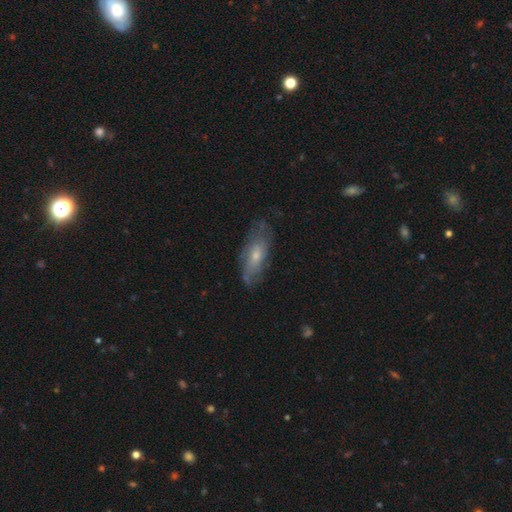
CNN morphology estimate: A featured or disk galaxy (52%).

Vote fractions:
- Smooth or featured? featured or disk: 52% / smooth: 41% / star or artifact: 7%
- Edge-on disk? no: 82% / yes: 18%
- Merging? none: 65% / minor disturbance: 24% / major disturbance: 9% / merger: 2%